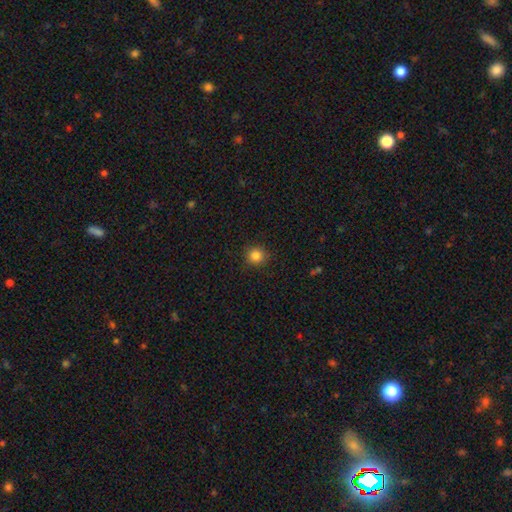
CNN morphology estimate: Smooth or featured: smooth — 85% (star or artifact — 12%)
How rounded: round — 93% (in between — 6%)
Merging: none — 90% (minor disturbance — 7%)